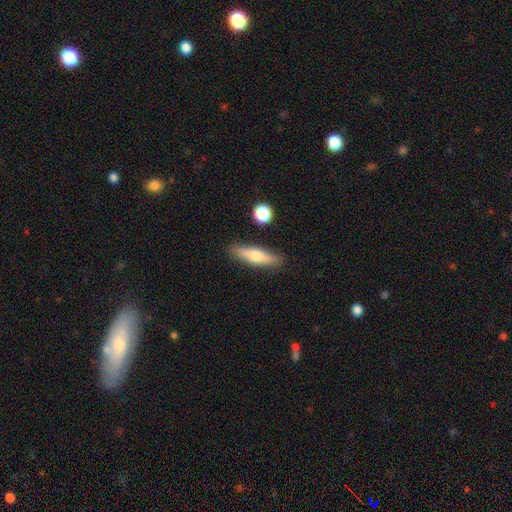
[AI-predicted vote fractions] Smooth or featured? smooth (59%)
How rounded? cigar-shaped (65%)
Merging? none (85%)